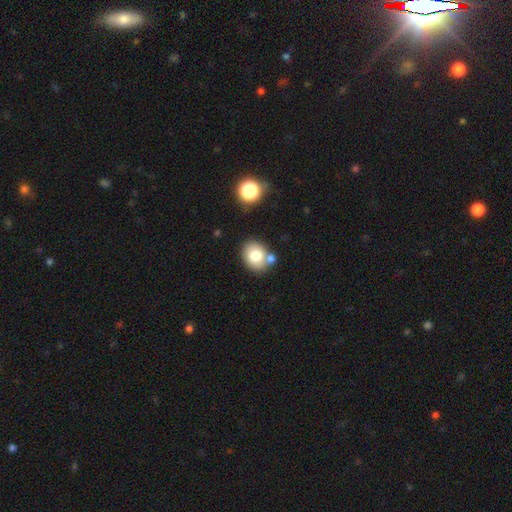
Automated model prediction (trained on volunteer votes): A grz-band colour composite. It shows a smooth galaxy with no disk features (77%) that is round (57%). Merging: none (68%).